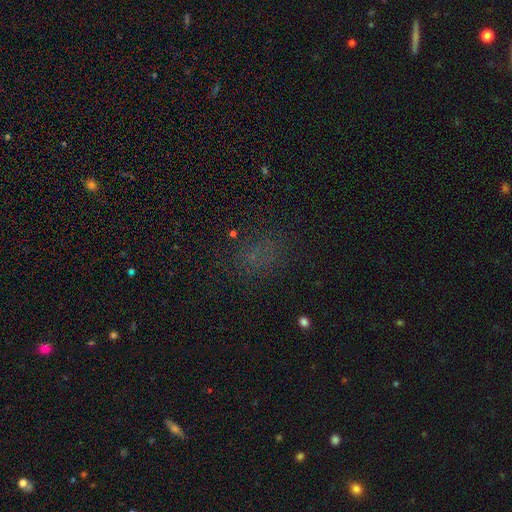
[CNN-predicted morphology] Smooth or featured? Predicted: smooth (p=0.50). How rounded? Predicted: round (p=0.54). Merging? Predicted: none (p=0.75).